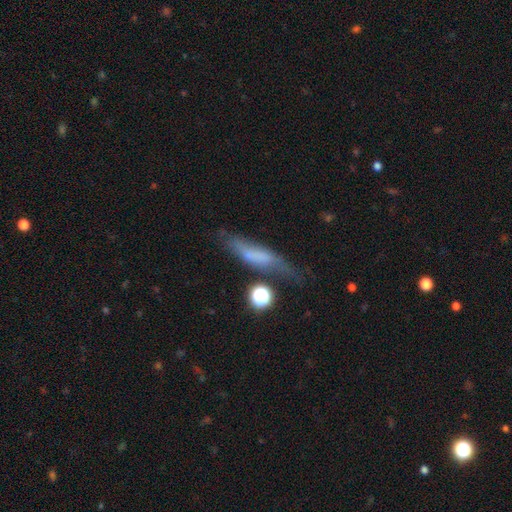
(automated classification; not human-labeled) smooth-or-featured: smooth: 53% | featured or disk: 34% | star or artifact: 12%
  how-rounded: cigar-shaped: 68% | in between: 27% | round: 5%
  merging: none: 47% | minor disturbance: 28% | major disturbance: 18% | merger: 7%